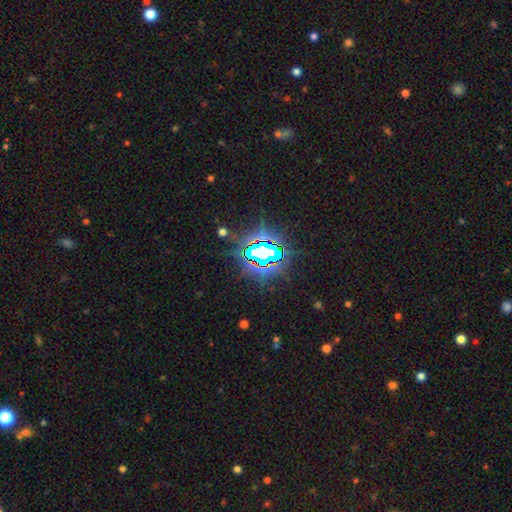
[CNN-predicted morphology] star or artifact 84%, smooth 10%, featured or disk 7%.